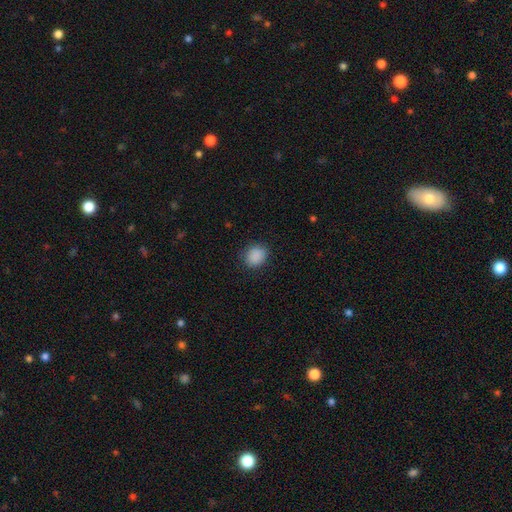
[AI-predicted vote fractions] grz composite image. It shows a smooth galaxy with no disk features (89%) that is round (63%). Merging: none (86%).